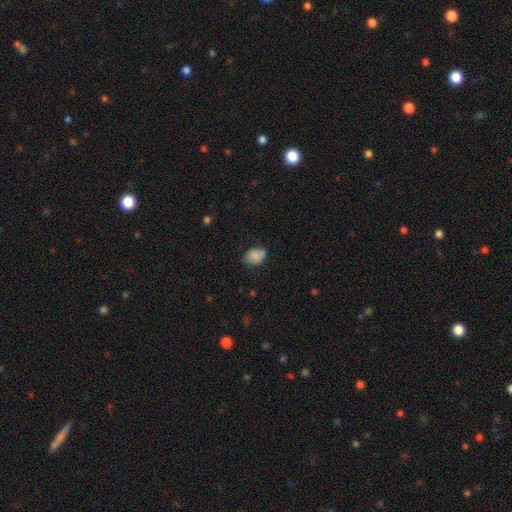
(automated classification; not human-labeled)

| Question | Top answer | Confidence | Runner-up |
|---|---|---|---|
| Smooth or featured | smooth | 85% | star or artifact (8%) |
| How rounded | in between | 78% | round (21%) |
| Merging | none | 68% | minor disturbance (25%) |